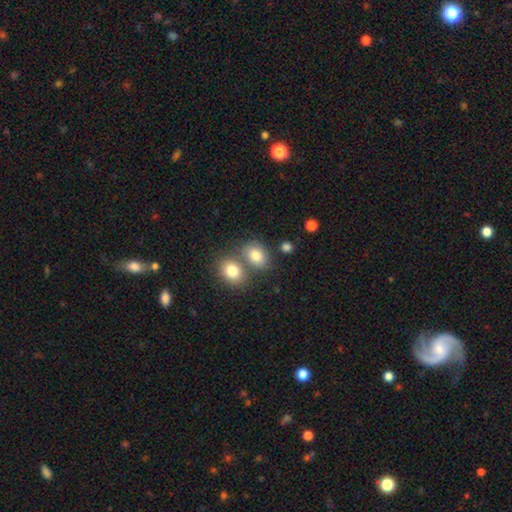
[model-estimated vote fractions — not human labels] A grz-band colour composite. It shows a smooth galaxy with no disk features (81%) that is in between round and cigar-shaped (58%). Merging: none (48%).